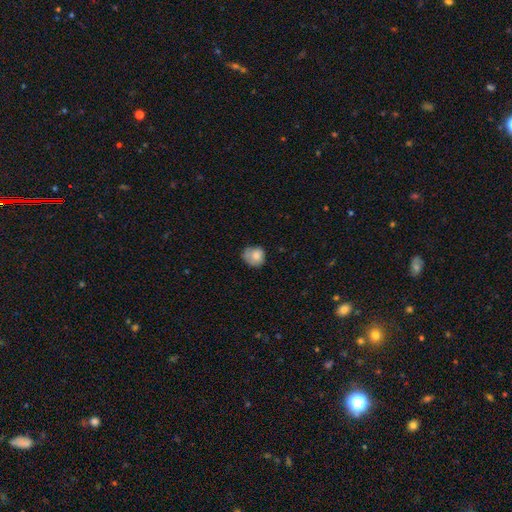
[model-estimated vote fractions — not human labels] This is likely a smooth galaxy (76%). How rounded: likely round (69%). Merging: possibly none (46%).